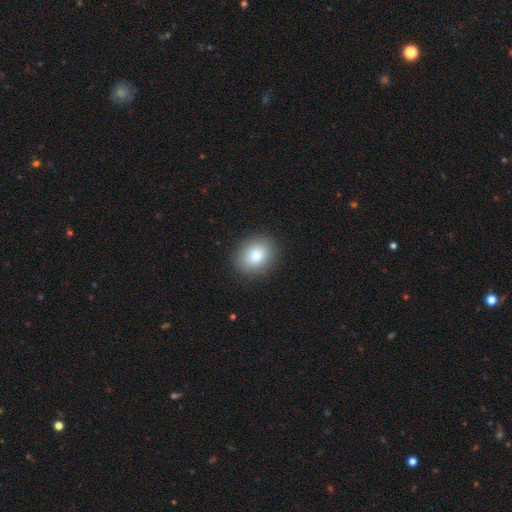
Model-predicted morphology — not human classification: Q: Smooth or featured?
A: smooth (81%); runner-up: featured or disk (10%)
Q: How rounded?
A: round (59%); runner-up: in between (40%)
Q: Merging?
A: none (90%); runner-up: minor disturbance (7%)